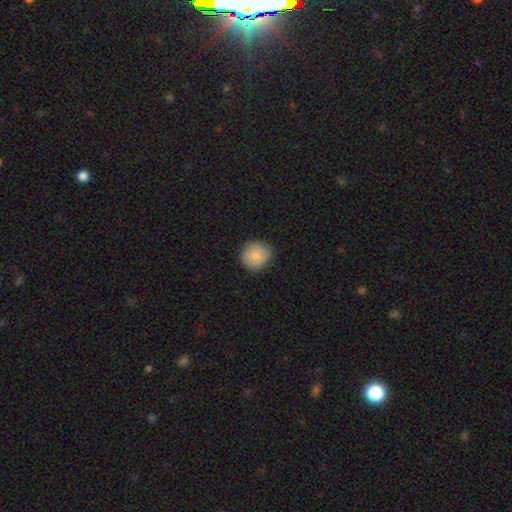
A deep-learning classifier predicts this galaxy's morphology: Smooth or featured: smooth — 86% (star or artifact — 7%)
How rounded: round — 90% (in between — 9%)
Merging: none — 88% (minor disturbance — 9%)